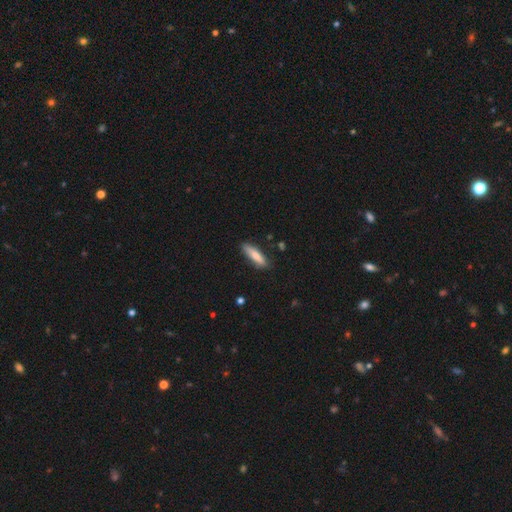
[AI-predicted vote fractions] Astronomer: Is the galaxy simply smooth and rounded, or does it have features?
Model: smooth — 77%.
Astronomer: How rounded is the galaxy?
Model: cigar-shaped — 71%.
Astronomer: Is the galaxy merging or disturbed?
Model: none — 83%.